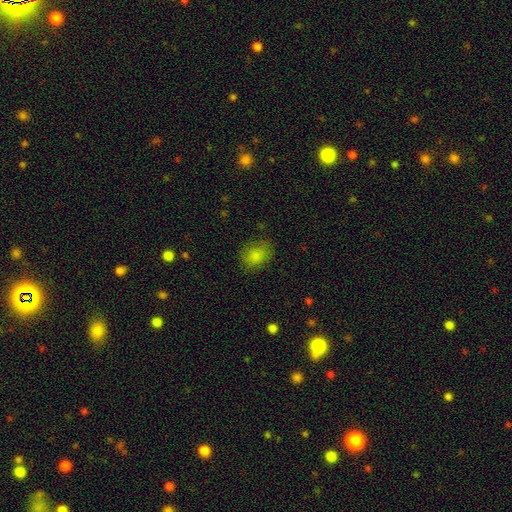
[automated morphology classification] smooth_or_featured: smooth (p=0.84) [alt: star or artifact p=0.10]
how_rounded: in between (p=0.55) [alt: round p=0.44]
merging: none (p=0.74) [alt: minor disturbance p=0.19]